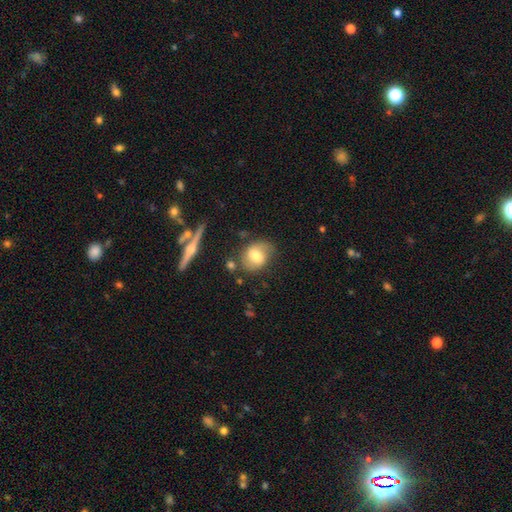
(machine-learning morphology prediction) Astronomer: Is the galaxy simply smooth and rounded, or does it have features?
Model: smooth — 53% (runner-up: featured or disk, 39%).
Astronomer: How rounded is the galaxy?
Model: round — 49%, tied with in between at 49%.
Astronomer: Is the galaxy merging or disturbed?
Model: none — 68%.